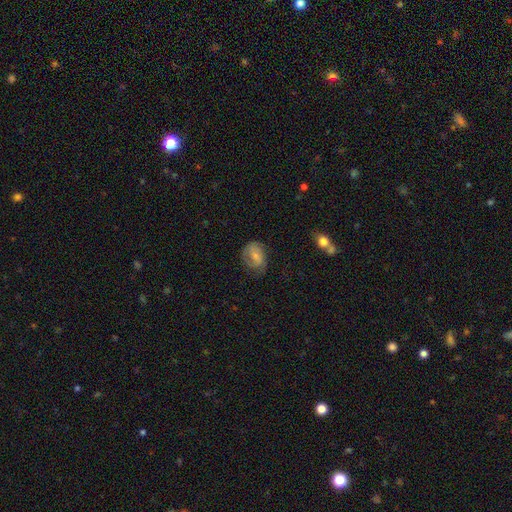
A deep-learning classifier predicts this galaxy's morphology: smooth_or_featured: smooth (p=0.51) [alt: featured or disk p=0.41]
how_rounded: in between (p=0.59) [alt: round p=0.39]
merging: none (p=0.56) [alt: minor disturbance p=0.27]